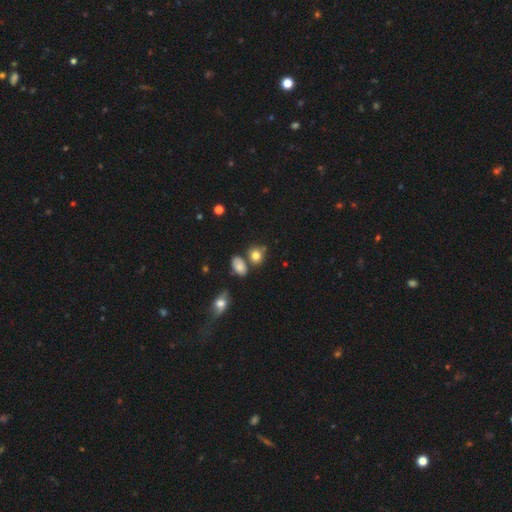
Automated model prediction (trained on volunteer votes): smooth 80%, star or artifact 11%, featured or disk 8%. Down the decision tree: how rounded — round (61%); merging — none (65%).